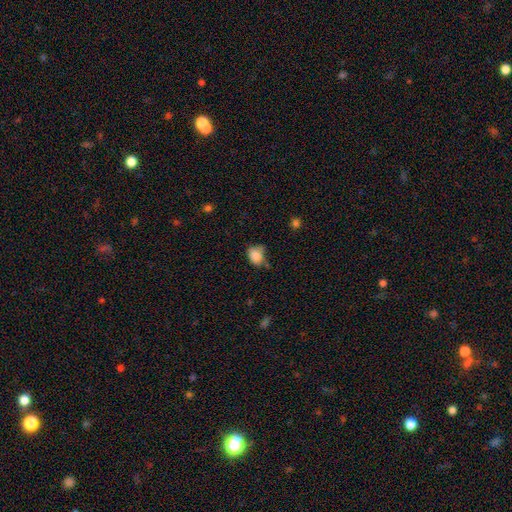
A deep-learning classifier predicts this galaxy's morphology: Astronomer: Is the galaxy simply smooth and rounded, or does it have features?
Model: smooth — 85%.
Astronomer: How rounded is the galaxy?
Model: in between — 53% (runner-up: round, 46%).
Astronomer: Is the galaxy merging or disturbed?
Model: none — 53% (runner-up: minor disturbance, 33%).